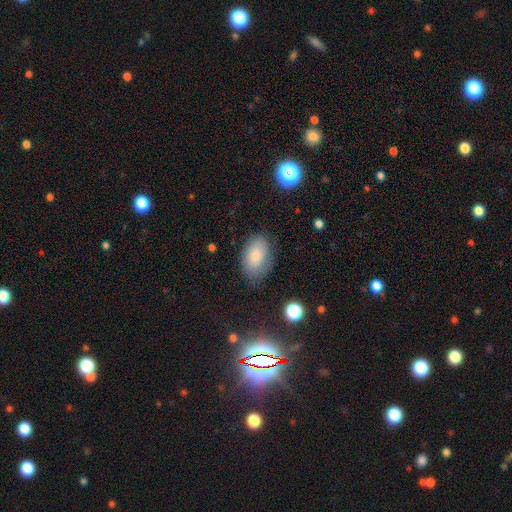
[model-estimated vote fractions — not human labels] Smooth or featured? smooth (80%)
How rounded? in between (91%)
Merging? none (73%)